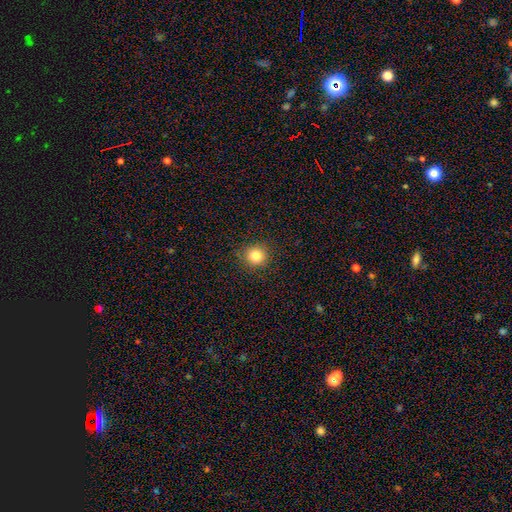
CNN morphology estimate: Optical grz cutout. It shows a smooth galaxy with no disk features (81%) that is round (92%). Merging: none (90%).